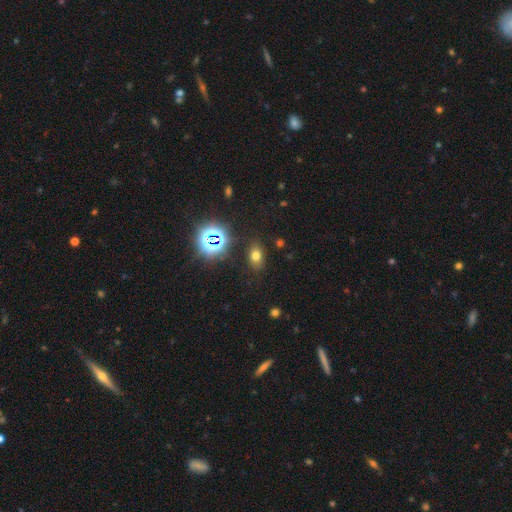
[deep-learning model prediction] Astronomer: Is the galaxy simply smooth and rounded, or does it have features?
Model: smooth — 64%.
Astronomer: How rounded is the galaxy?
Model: in between — 76%.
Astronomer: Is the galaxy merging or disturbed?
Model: none — 84%.